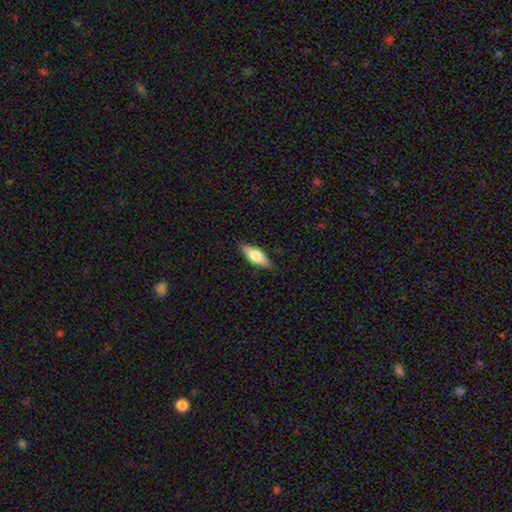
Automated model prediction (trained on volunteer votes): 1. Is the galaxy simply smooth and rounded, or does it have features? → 61% smooth, 33% featured or disk, 6% star or artifact.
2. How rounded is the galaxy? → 64% in between, 33% cigar-shaped, 3% round.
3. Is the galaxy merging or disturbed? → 86% none, 11% minor disturbance, 2% major disturbance, 1% merger.